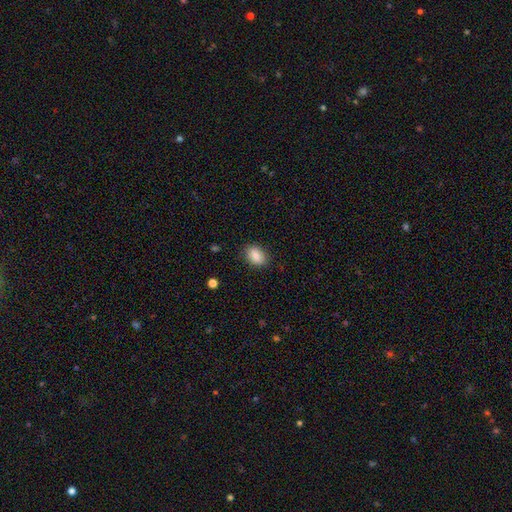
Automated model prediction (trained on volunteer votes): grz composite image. It shows a smooth galaxy with no disk features (86%) that is in between round and cigar-shaped (75%). Merging: none (84%).